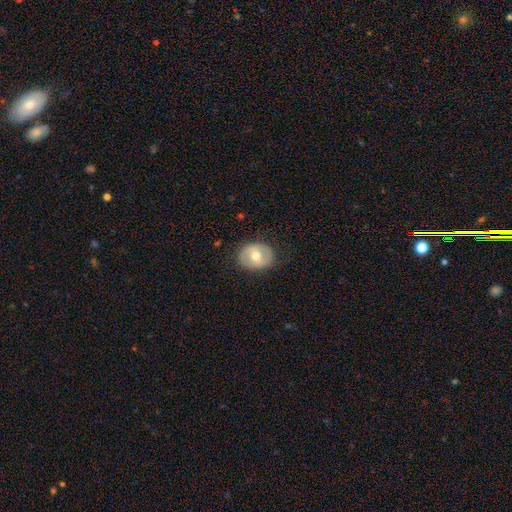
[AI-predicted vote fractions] smooth-or-featured: smooth: 50% | featured or disk: 43% | star or artifact: 6%
  how-rounded: in between: 50% | round: 49% | cigar-shaped: 1%
  merging: none: 81% | minor disturbance: 14% | major disturbance: 4% | merger: 1%